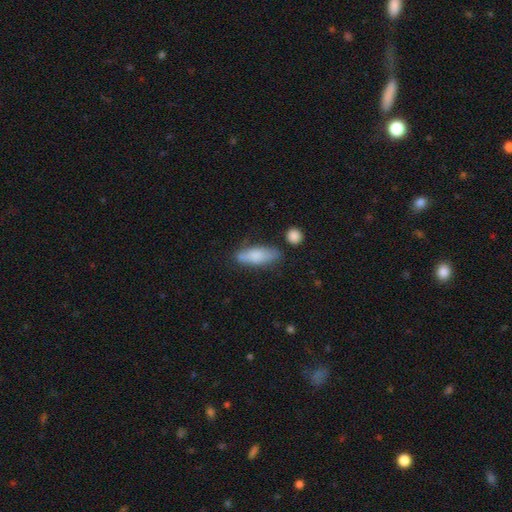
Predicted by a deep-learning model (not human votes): smooth-or-featured: smooth: 75% | featured or disk: 18% | star or artifact: 6%
  how-rounded: in between: 67% | cigar-shaped: 31% | round: 3%
  merging: none: 61% | minor disturbance: 25% | major disturbance: 7% | merger: 6%